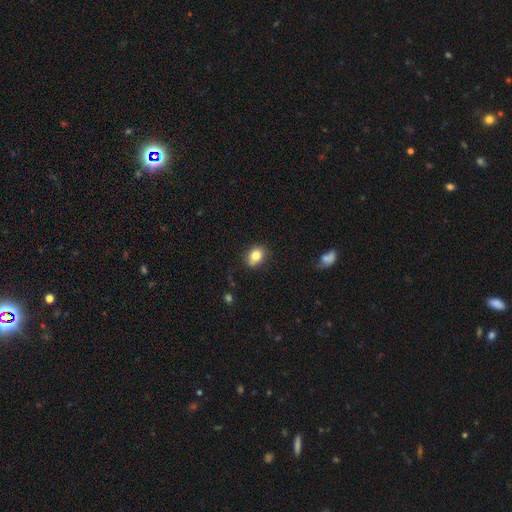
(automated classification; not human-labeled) Smooth or featured?
  - smooth: 81% *
  - star or artifact: 10%
  - featured or disk: 9%
How rounded?
  - in between: 57% *
  - round: 41%
  - cigar-shaped: 1%
Merging?
  - none: 77% *
  - minor disturbance: 16%
  - major disturbance: 3%
  - merger: 3%